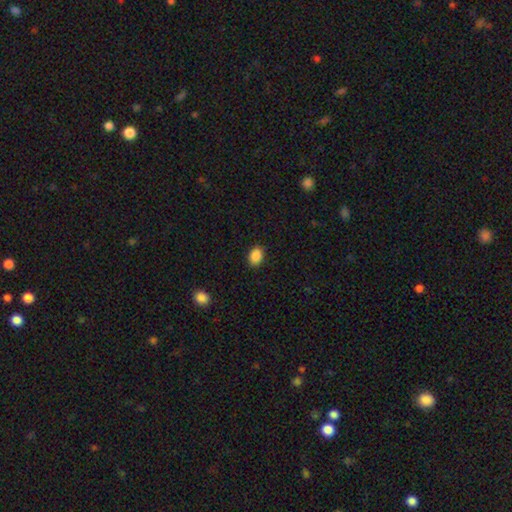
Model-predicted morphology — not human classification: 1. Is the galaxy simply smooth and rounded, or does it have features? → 88% smooth, 9% star or artifact, 3% featured or disk.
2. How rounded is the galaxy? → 66% in between, 33% round, 1% cigar-shaped.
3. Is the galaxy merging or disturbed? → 87% none, 9% minor disturbance, 2% major disturbance, 1% merger.